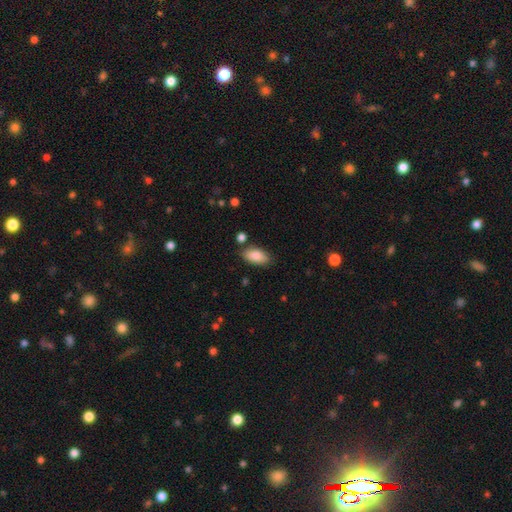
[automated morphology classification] Smooth or featured: smooth — 87% (featured or disk — 7%)
How rounded: in between — 93% (cigar-shaped — 5%)
Merging: none — 80% (minor disturbance — 13%)